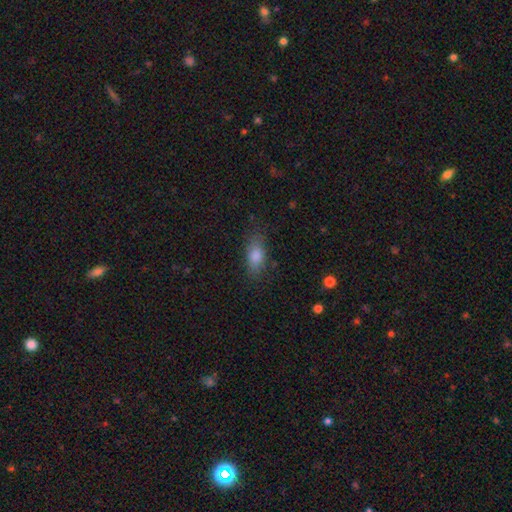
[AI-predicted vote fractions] A smooth galaxy with no disk features (79%) that is in between round and cigar-shaped (79%). Merging: none (80%).